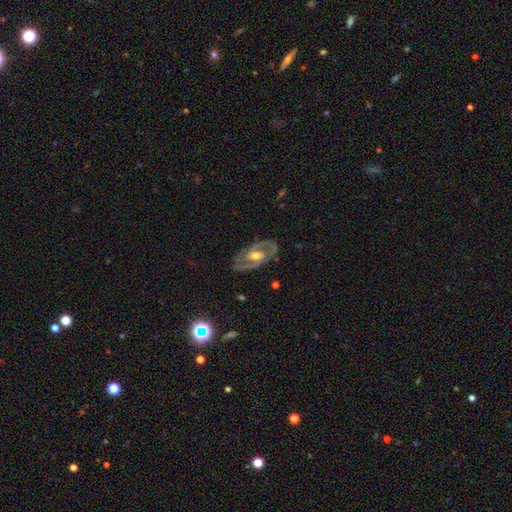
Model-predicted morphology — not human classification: Smooth or featured?
  - featured or disk: 87% *
  - smooth: 8%
  - star or artifact: 4%
Edge-on disk?
  - no: 95% *
  - yes: 5%
Bar?
  - weak: 43% *
  - no: 32%
  - strong: 25%
Spiral arms?
  - yes: 90% *
  - no: 10%
Spiral winding?
  - medium: 51% *
  - tight: 38%
  - loose: 11%
Spiral arm count?
  - 2: 89% *
  - can't tell: 6%
  - 3: 2%
  - 1: 2%
  - 4: 1%
  - more than 4: 1%
Bulge size?
  - moderate: 68% *
  - small: 22%
  - large: 7%
  - none: 1%
  - dominant: 1%
Merging?
  - none: 82% *
  - minor disturbance: 12%
  - major disturbance: 4%
  - merger: 1%